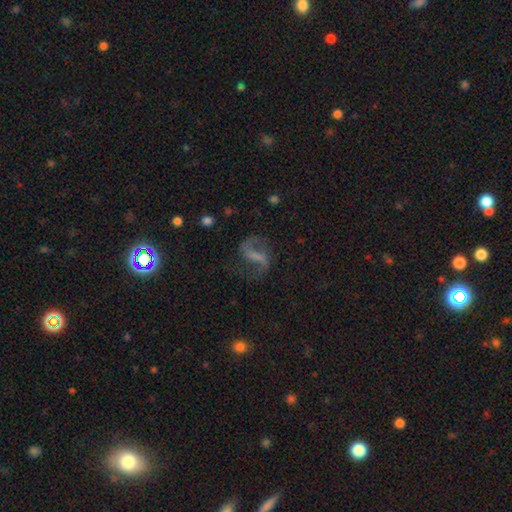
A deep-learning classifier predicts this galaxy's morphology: featured or disk 80%, smooth 11%, star or artifact 9%. Down the decision tree: edge-on disk — no (97%); bar — strong (53%); spiral arms — yes (92%); spiral arm count — 2 (92%); spiral winding — loose (60%); bulge size — none (58%); merging — none (70%).